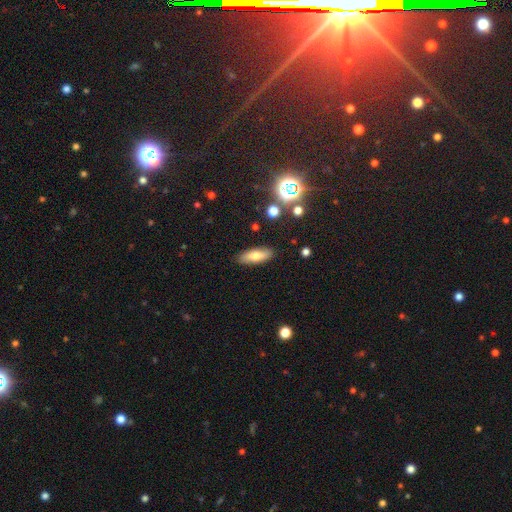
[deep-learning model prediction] The model was most divided on "how rounded": in between: 63%, cigar-shaped: 33%, round: 3%. More confident: merging — none (87%); smooth or featured — smooth (68%).